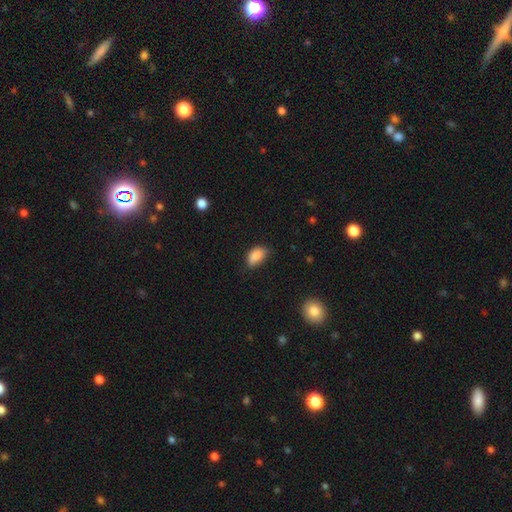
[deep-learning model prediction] smooth 87%, star or artifact 8%, featured or disk 5%. Down the decision tree: how rounded — in between (90%); merging — none (61%).